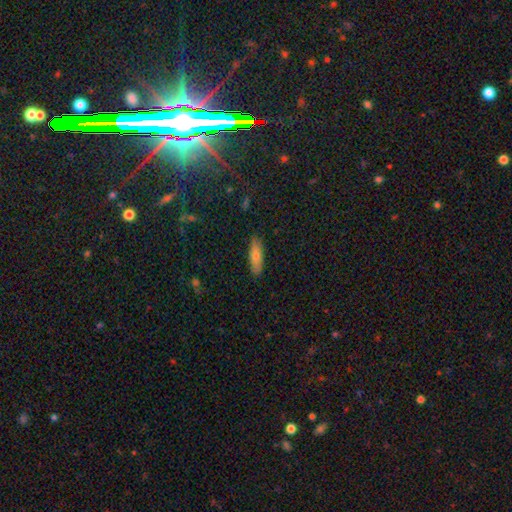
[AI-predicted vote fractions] Overall: smooth (71%). How rounded: cigar-shaped (56%; in between 41%). Merging: none (88%).